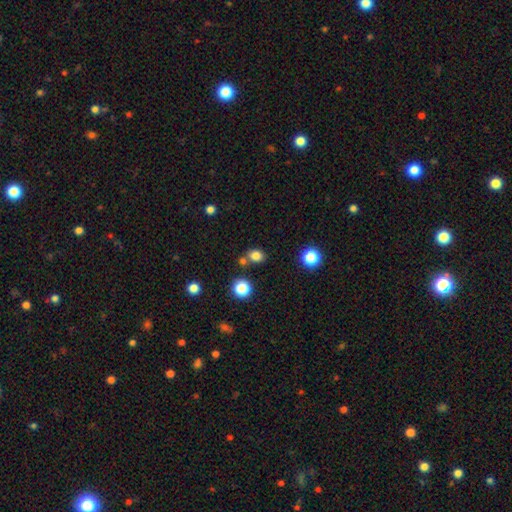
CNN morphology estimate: A smooth galaxy with no disk features (80%) that is round (53%). Merging: none (68%).